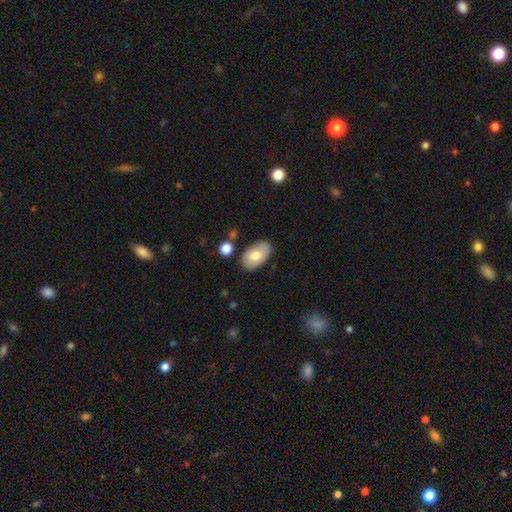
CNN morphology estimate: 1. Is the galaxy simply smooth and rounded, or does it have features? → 69% smooth, 24% featured or disk, 6% star or artifact.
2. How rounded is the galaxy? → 93% in between, 6% round, 1% cigar-shaped.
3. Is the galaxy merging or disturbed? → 78% none, 14% minor disturbance, 4% merger, 3% major disturbance.